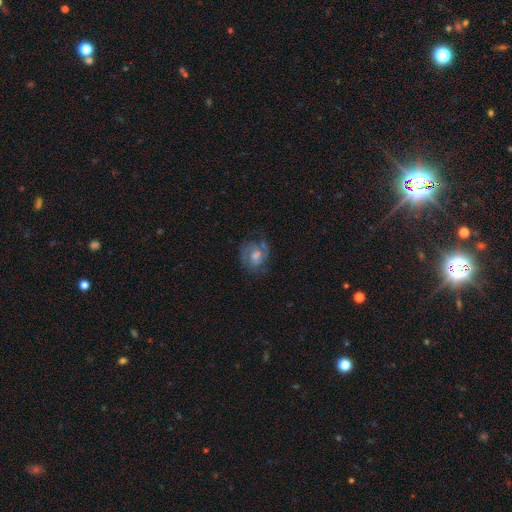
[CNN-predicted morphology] smooth-or-featured: featured or disk: 61% | smooth: 25% | star or artifact: 14%
  disk-edge-on: no: 97% | yes: 3%
    bar: no: 60% | weak: 34% | strong: 6%
    has-spiral-arms: yes: 84% | no: 16%
    bulge-size: moderate: 52% | small: 25% | large: 13% | none: 7% | dominant: 2%
  merging: none: 69% | minor disturbance: 18% | major disturbance: 11% | merger: 2%